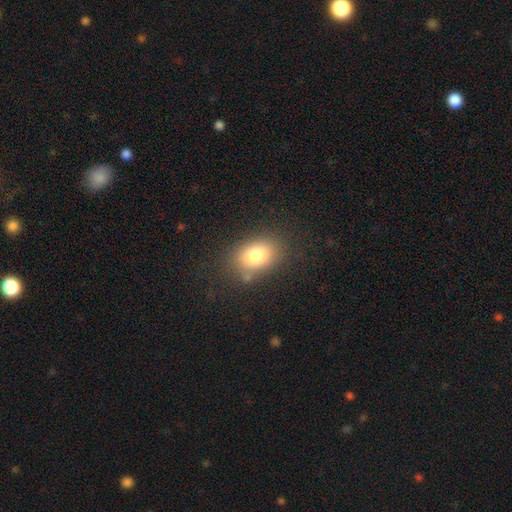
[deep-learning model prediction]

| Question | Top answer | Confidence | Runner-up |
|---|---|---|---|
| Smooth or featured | smooth | 80% | star or artifact (10%) |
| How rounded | in between | 78% | round (21%) |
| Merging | none | 77% | minor disturbance (14%) |